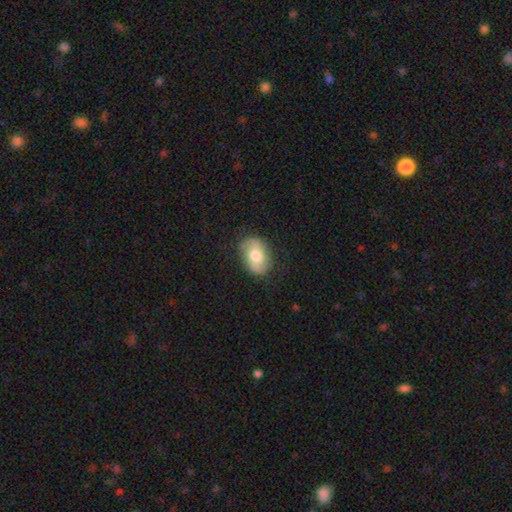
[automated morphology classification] smooth 58%, featured or disk 35%, star or artifact 7%. Down the decision tree: how rounded — in between (76%); merging — none (81%).